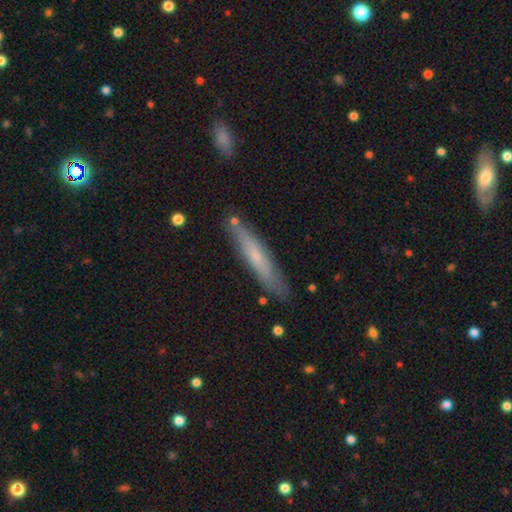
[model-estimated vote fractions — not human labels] This appears to be a smooth galaxy with no disk features (54%) that is cigar-shaped (90%). Merging: none (82%).